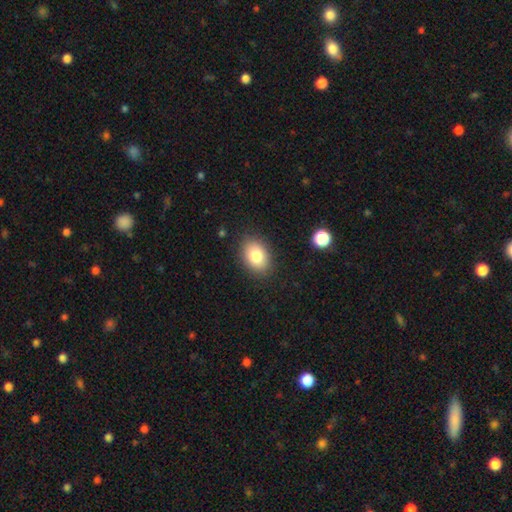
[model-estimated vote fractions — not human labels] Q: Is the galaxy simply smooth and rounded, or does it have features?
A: smooth — 82%.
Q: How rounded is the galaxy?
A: in between — 75%.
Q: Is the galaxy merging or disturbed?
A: none — 87%.